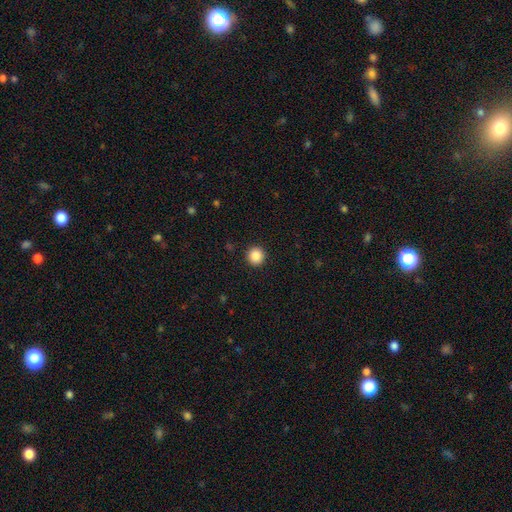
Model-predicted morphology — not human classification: Q: Smooth or featured?
A: smooth (87%); runner-up: star or artifact (10%)
Q: How rounded?
A: round (94%); runner-up: in between (5%)
Q: Merging?
A: none (92%); runner-up: minor disturbance (5%)